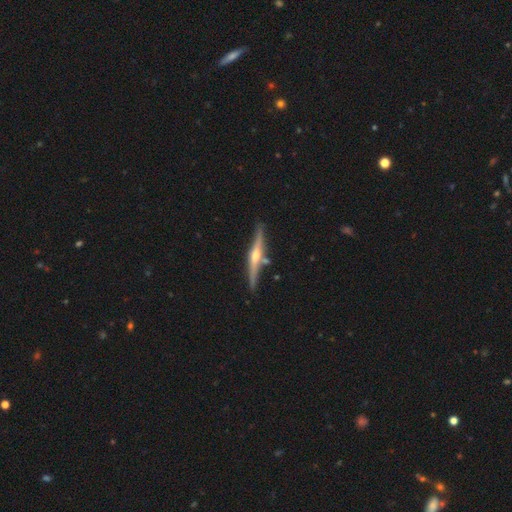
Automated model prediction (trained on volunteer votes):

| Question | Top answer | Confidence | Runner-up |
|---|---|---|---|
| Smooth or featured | featured or disk | 78% | smooth (16%) |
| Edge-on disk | yes | 97% | no (3%) |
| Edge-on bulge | rounded | 91% | none (5%) |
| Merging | none | 82% | minor disturbance (10%) |